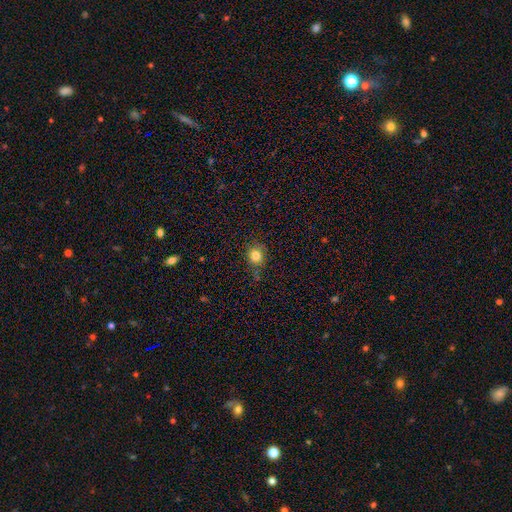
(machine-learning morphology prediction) smooth_or_featured: smooth (p=0.82) [alt: star or artifact p=0.12]
how_rounded: round (p=0.79) [alt: in between p=0.20]
merging: none (p=0.77) [alt: minor disturbance p=0.16]